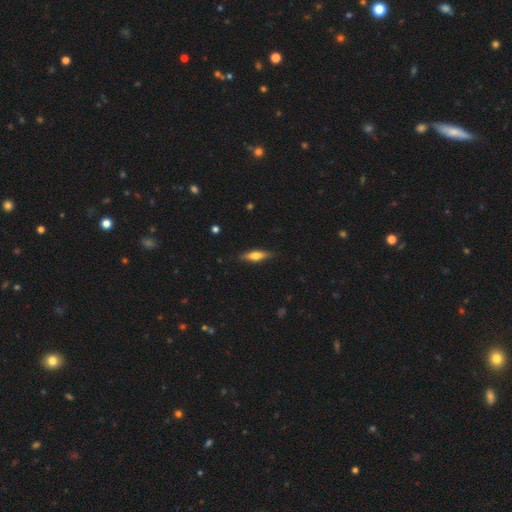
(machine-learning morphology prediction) The model was most divided on "smooth or featured": smooth: 49%, featured or disk: 44%, star or artifact: 6%. More confident: merging — none (87%).